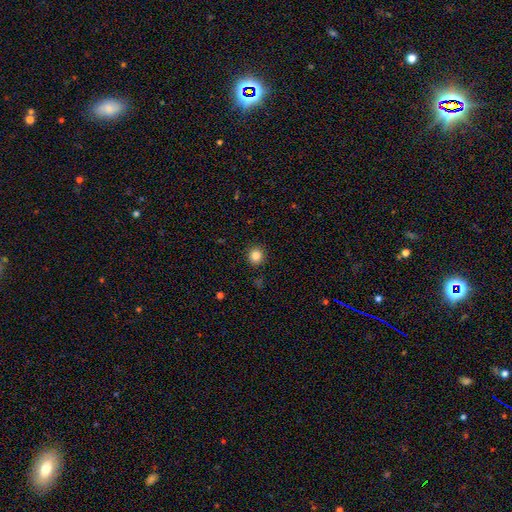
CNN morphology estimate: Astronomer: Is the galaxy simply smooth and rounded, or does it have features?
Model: smooth — 85%.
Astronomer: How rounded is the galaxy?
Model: round — 89%.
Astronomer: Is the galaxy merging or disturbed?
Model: none — 91%.